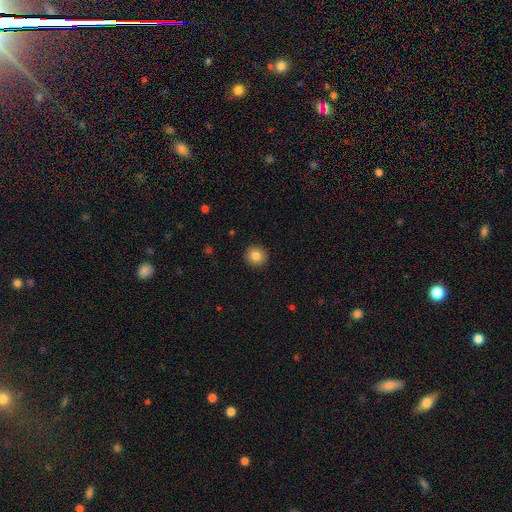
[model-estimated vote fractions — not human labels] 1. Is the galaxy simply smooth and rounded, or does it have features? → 84% smooth, 9% star or artifact, 7% featured or disk.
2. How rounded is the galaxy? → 90% round, 9% in between, 1% cigar-shaped.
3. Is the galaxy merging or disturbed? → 92% none, 5% minor disturbance, 2% major disturbance, 1% merger.